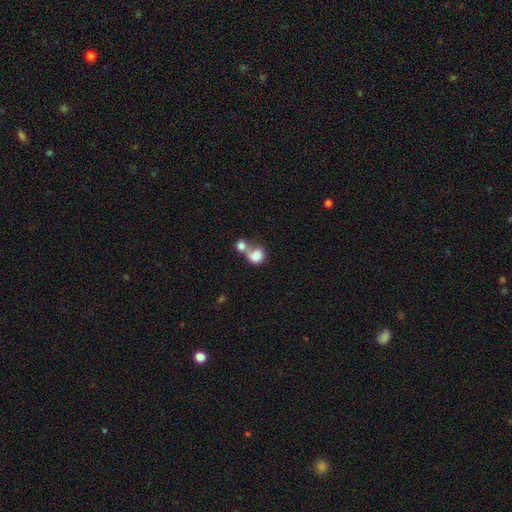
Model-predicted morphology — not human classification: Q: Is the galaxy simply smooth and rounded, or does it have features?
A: smooth — 81%.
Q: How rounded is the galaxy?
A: round — 57%.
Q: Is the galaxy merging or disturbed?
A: merger — 64%.